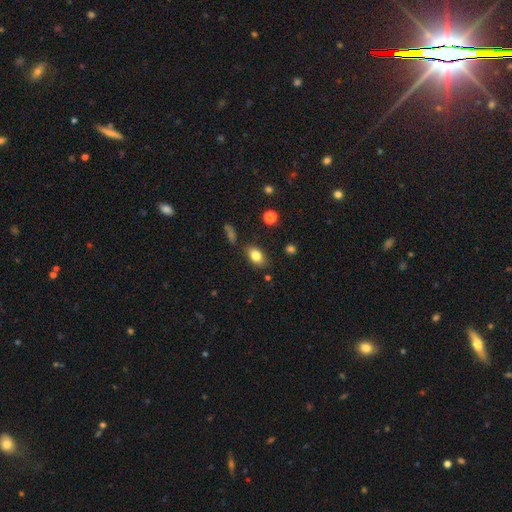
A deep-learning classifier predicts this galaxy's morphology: Smooth or featured? smooth (81%)
How rounded? in between (84%)
Merging? none (81%)